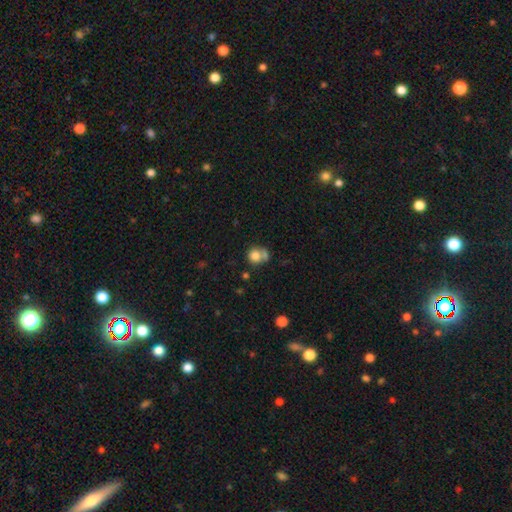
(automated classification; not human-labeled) Smooth or featured? smooth (79%)
How rounded? round (81%)
Merging? none (43%)